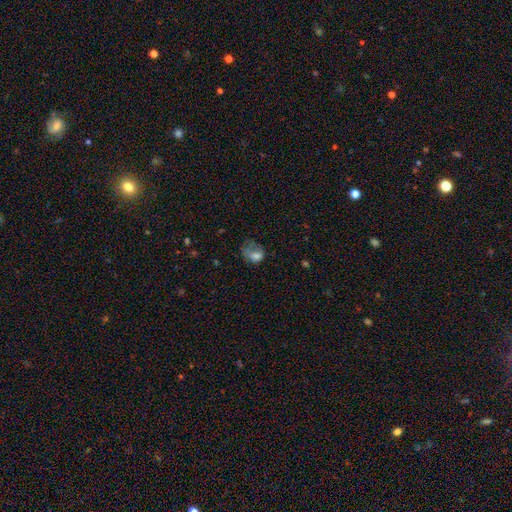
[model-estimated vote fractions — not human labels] Overall: smooth (68%). How rounded: in between (60%; round 39%). Merging: major disturbance (45%; minor disturbance 27%).